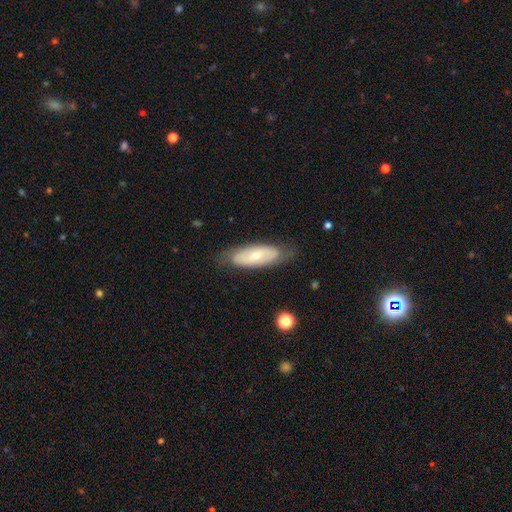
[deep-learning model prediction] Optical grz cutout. It shows a featured or disk galaxy (53%). Merging: none (74%).